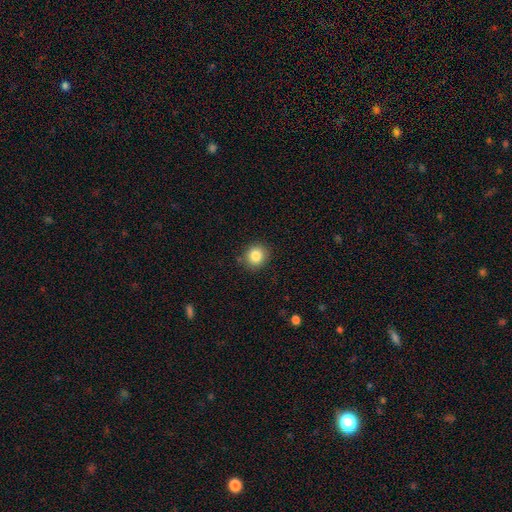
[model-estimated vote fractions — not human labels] smooth-or-featured: smooth: 84% | star or artifact: 10% | featured or disk: 6%
  how-rounded: round: 85% | in between: 14% | cigar-shaped: 1%
  merging: none: 87% | minor disturbance: 9% | major disturbance: 2% | merger: 1%